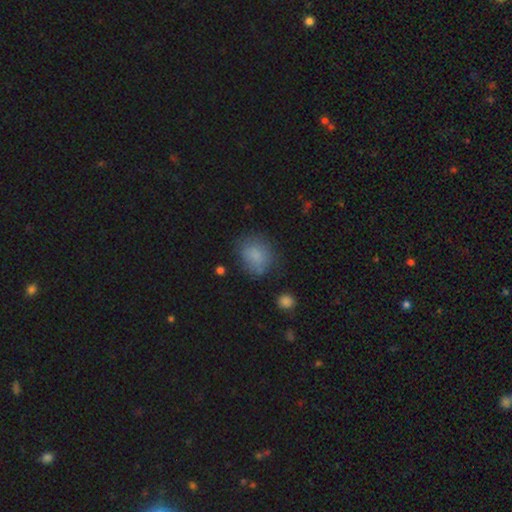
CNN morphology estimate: The model was most divided on "how rounded": round: 61%, in between: 38%, cigar-shaped: 1%. More confident: smooth or featured — smooth (79%); merging — none (64%).